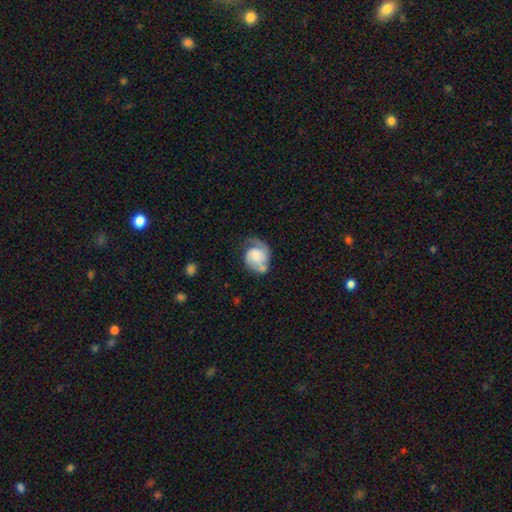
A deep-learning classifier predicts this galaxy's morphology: Smooth or featured: featured or disk — 66% (smooth — 27%)
Edge-on disk: no — 98% (yes — 2%)
Bar: no — 63% (weak — 31%)
Spiral arms: yes — 90% (no — 10%)
Spiral winding: tight — 41% (medium — 40%)
Spiral arm count: 2 — 58% (1 — 25%)
Bulge size: small — 34% (moderate — 28%)
Merging: none — 41% (minor disturbance — 28%)